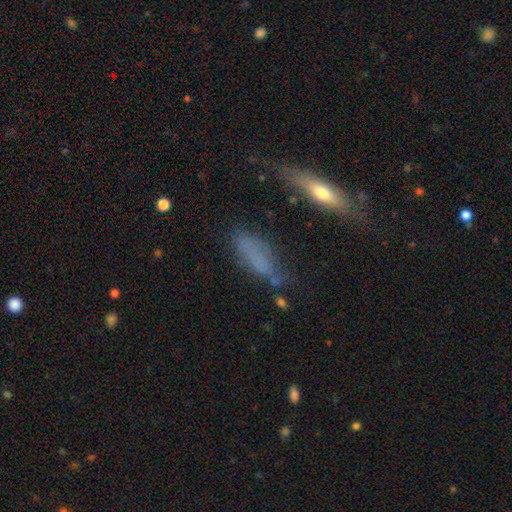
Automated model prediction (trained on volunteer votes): Q: Smooth or featured?
A: smooth (61%); runner-up: featured or disk (23%)
Q: How rounded?
A: in between (53%); runner-up: cigar-shaped (43%)
Q: Merging?
A: none (54%); runner-up: minor disturbance (26%)